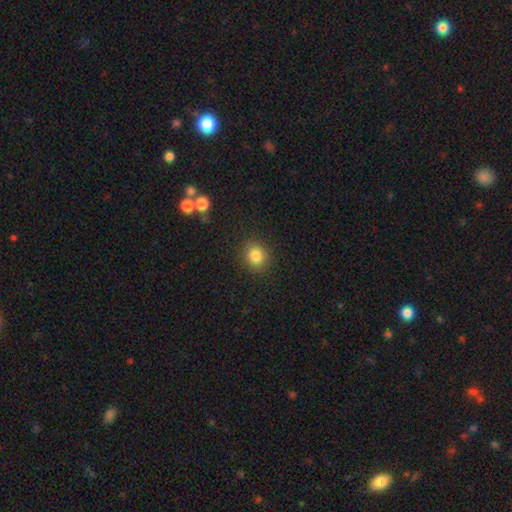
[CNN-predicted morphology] A smooth galaxy with no disk features (83%) that is round (76%). Merging: none (88%).